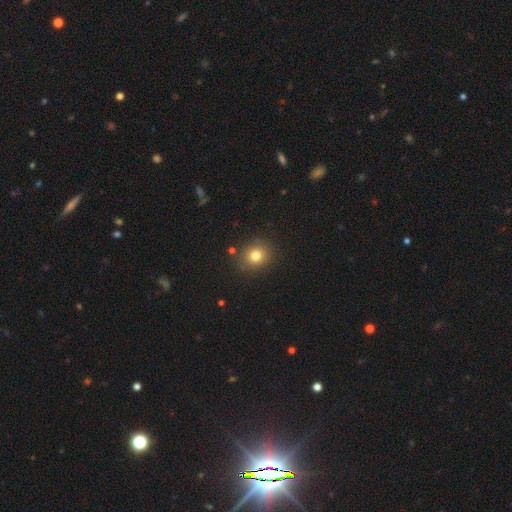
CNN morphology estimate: This appears to be a smooth galaxy with no disk features (78%) that is round (82%). Merging: none (87%).